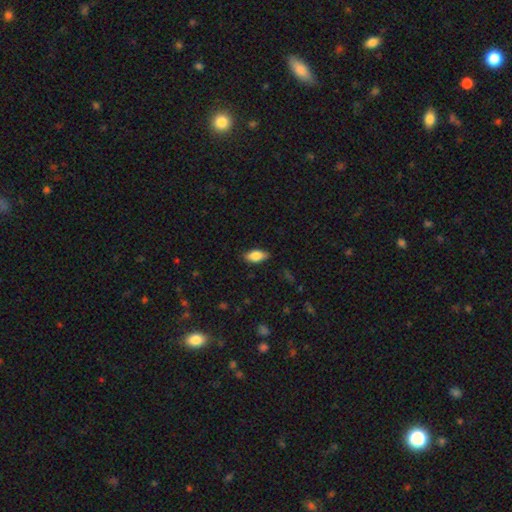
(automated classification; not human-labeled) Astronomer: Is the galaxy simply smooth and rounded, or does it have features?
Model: smooth — 82%.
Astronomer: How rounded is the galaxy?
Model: in between — 88%.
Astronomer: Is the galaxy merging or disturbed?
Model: none — 84%.